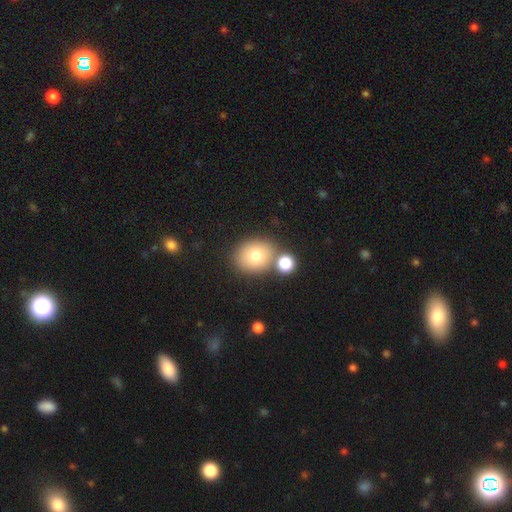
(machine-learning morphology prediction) Smooth or featured?
  - smooth: 76% *
  - featured or disk: 13%
  - star or artifact: 11%
How rounded?
  - round: 64% *
  - in between: 35%
  - cigar-shaped: 1%
Merging?
  - none: 65% *
  - merger: 21%
  - minor disturbance: 10%
  - major disturbance: 3%